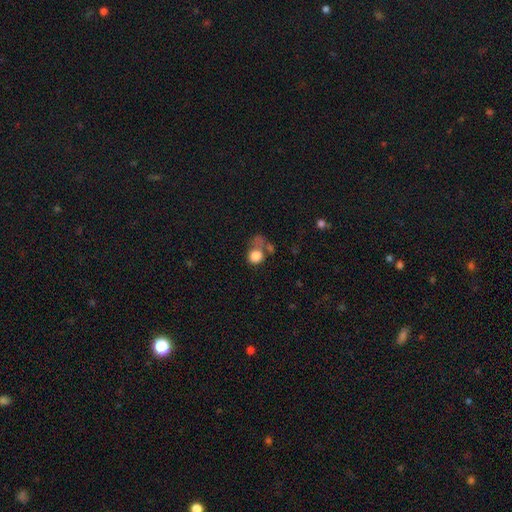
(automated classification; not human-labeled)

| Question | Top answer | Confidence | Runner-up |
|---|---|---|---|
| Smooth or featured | smooth | 79% | star or artifact (11%) |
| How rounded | round | 65% | in between (34%) |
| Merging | none | 31% | merger (27%) |